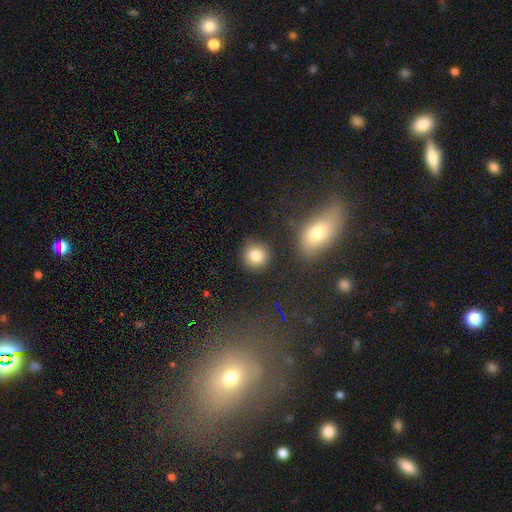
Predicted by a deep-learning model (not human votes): This appears to be a smooth galaxy with no disk features (82%) that is round (89%). Merging: none (82%).